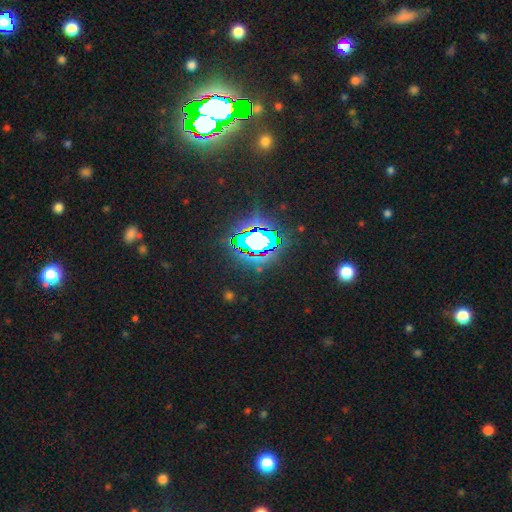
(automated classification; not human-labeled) Morphology: type=star or artifact (83%).